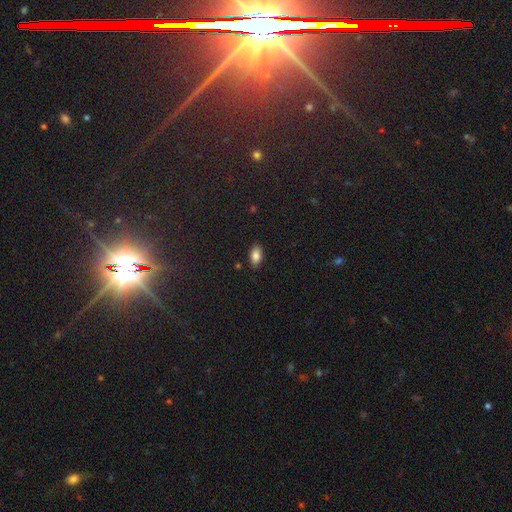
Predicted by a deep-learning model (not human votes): Morphology: type=smooth (85%); roundness=in between (92%); merging=none (86%).